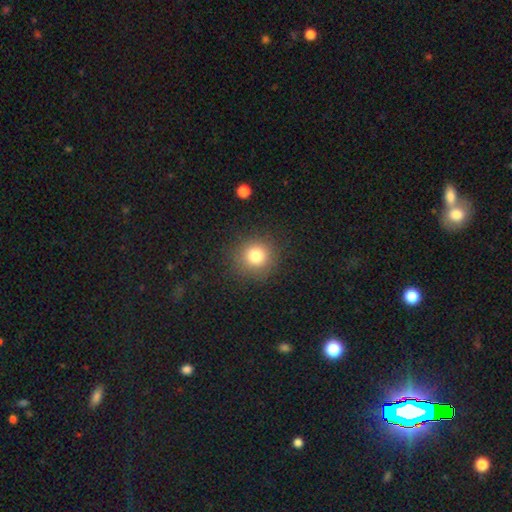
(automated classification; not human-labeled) Q: Smooth or featured?
A: smooth (79%); runner-up: star or artifact (13%)
Q: How rounded?
A: round (92%); runner-up: in between (7%)
Q: Merging?
A: none (88%); runner-up: minor disturbance (8%)